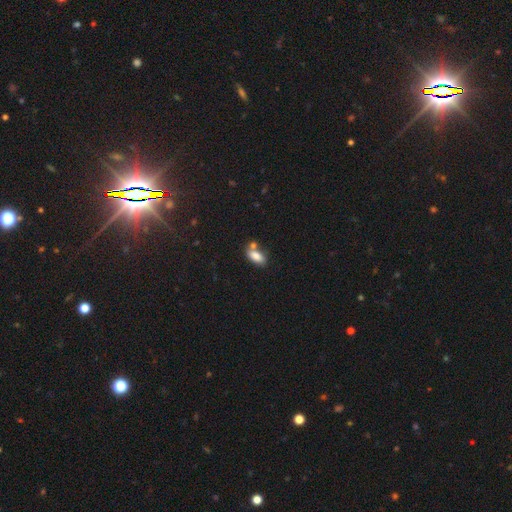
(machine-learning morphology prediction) This is clearly a smooth galaxy (83%). How rounded: clearly in between (88%). Merging: possibly none (53%).